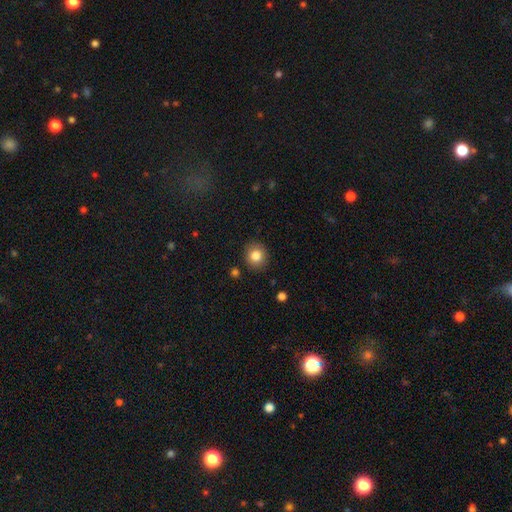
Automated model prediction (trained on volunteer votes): smooth 83%, star or artifact 10%, featured or disk 7%. Down the decision tree: how rounded — round (82%); merging — none (88%).